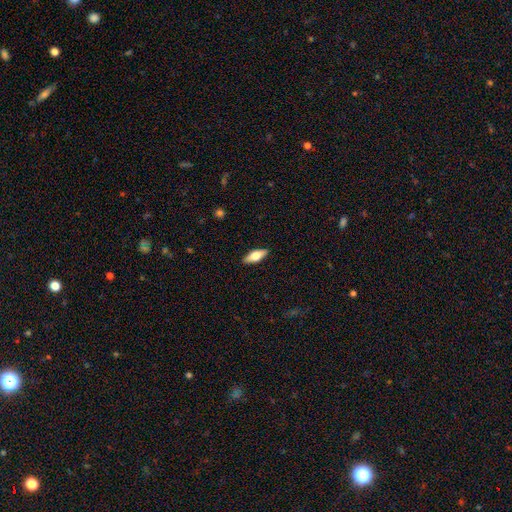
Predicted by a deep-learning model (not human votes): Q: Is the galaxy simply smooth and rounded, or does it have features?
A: smooth — 65%.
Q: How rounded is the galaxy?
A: in between — 74%.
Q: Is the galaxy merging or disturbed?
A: none — 89%.